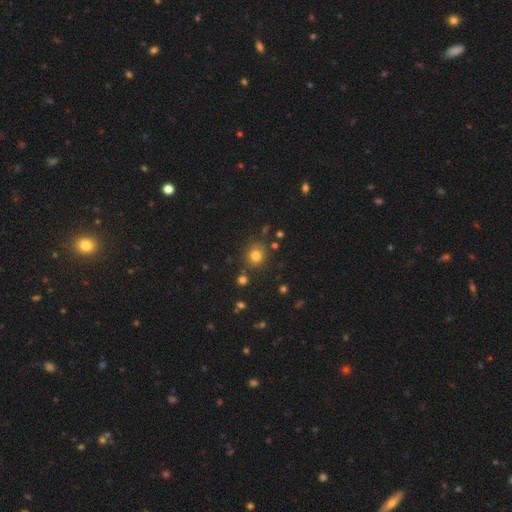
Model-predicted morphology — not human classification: Smooth or featured: smooth — 78% (star or artifact — 15%)
How rounded: round — 86% (in between — 13%)
Merging: none — 80% (minor disturbance — 11%)